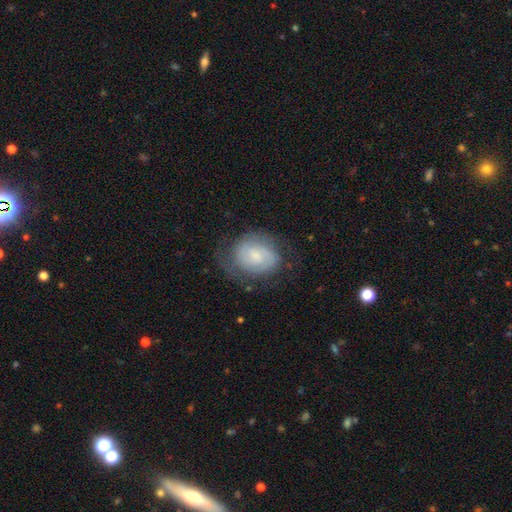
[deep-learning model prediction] Overall: featured or disk (53%; smooth 39%). Edge-on disk: no (97%). Bar: no (57%; weak 37%). Spiral arms: yes (80%). Bulge size: small (55%; moderate 30%). Merging: none (61%; minor disturbance 23%).